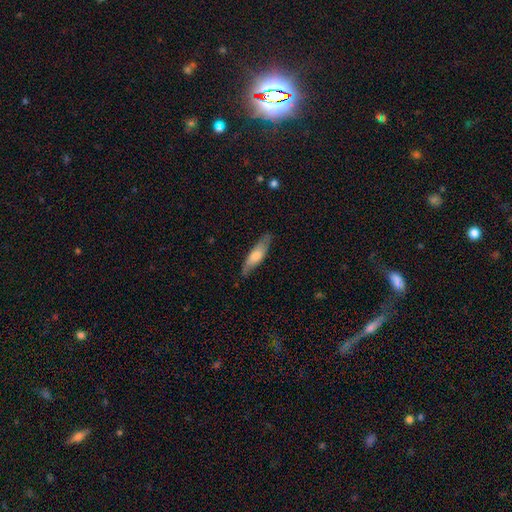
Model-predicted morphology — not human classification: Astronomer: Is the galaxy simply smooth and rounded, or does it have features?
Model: smooth — 61%.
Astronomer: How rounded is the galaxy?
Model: cigar-shaped — 64%.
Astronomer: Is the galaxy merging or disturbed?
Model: none — 79%.